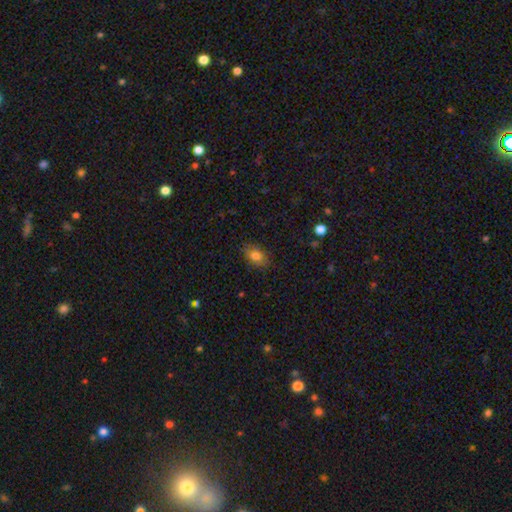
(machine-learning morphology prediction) A smooth galaxy with no disk features (81%) that is in between round and cigar-shaped (78%).

Vote fractions:
- Smooth or featured? smooth: 81% / star or artifact: 10% / featured or disk: 9%
- How rounded? in between: 78% / round: 21% / cigar-shaped: 2%
- Merging? none: 84% / minor disturbance: 12% / major disturbance: 3% / merger: 1%